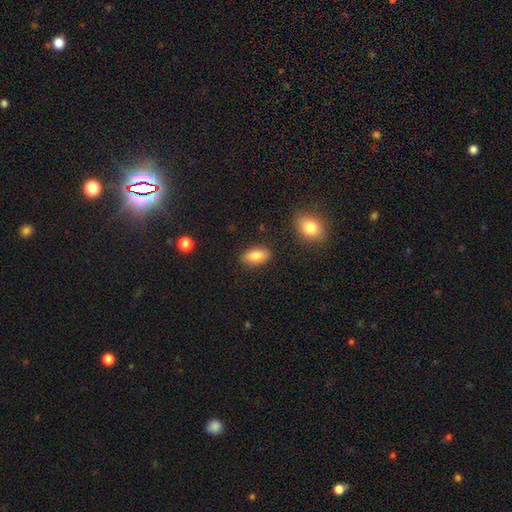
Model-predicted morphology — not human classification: Smooth or featured? Predicted: smooth (p=0.84). How rounded? Predicted: in between (p=0.90). Merging? Predicted: none (p=0.86).